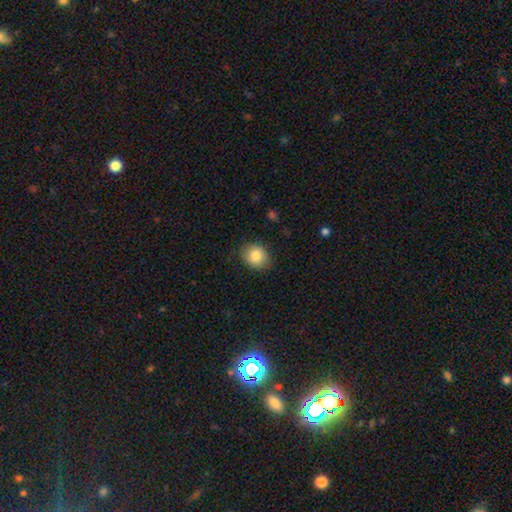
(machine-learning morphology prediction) Q: Smooth or featured?
A: smooth (84%); runner-up: star or artifact (8%)
Q: How rounded?
A: round (54%); runner-up: in between (46%)
Q: Merging?
A: none (84%); runner-up: minor disturbance (13%)